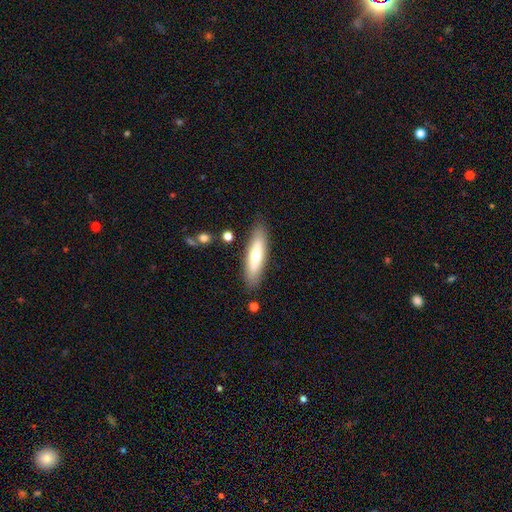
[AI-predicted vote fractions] Smooth or featured? smooth (63%)
How rounded? cigar-shaped (66%)
Merging? none (85%)